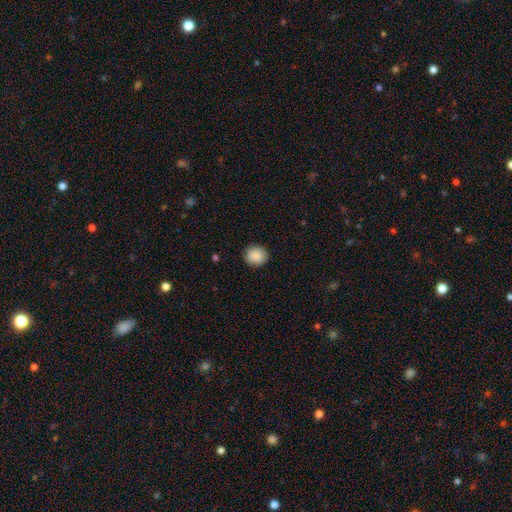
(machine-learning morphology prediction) Overall: smooth (89%). How rounded: round (88%). Merging: none (90%).